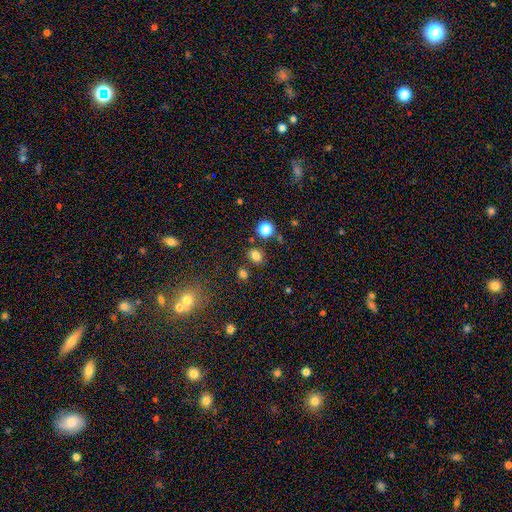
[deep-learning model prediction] Smooth or featured: smooth — 80% (star or artifact — 15%)
How rounded: round — 54% (in between — 45%)
Merging: none — 79% (minor disturbance — 10%)